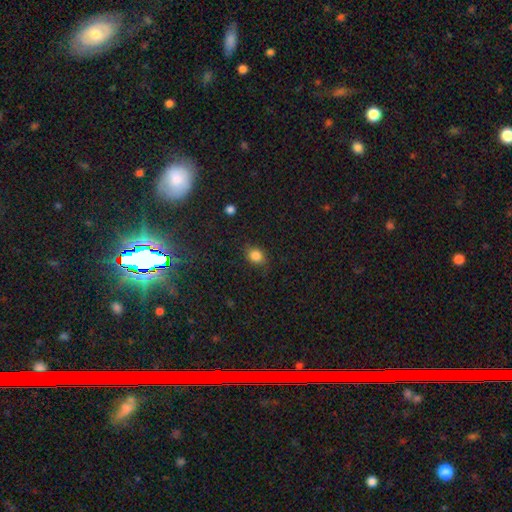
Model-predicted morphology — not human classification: Smooth or featured?
  - smooth: 84% *
  - star or artifact: 10%
  - featured or disk: 6%
How rounded?
  - in between: 54% *
  - round: 44%
  - cigar-shaped: 1%
Merging?
  - none: 79% *
  - minor disturbance: 16%
  - major disturbance: 4%
  - merger: 1%